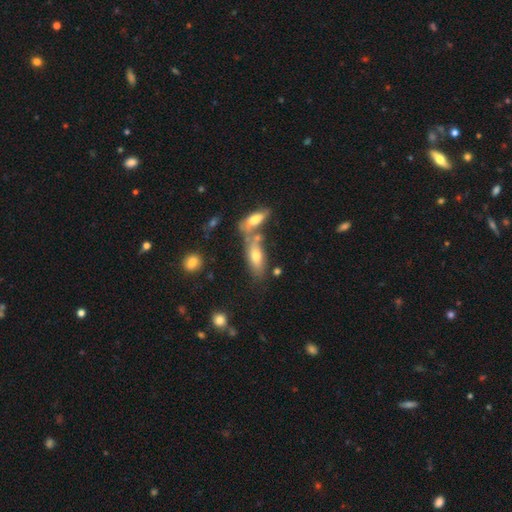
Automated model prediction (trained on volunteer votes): smooth 63%, featured or disk 29%, star or artifact 8%. Down the decision tree: how rounded — in between (69%); merging — none (43%).